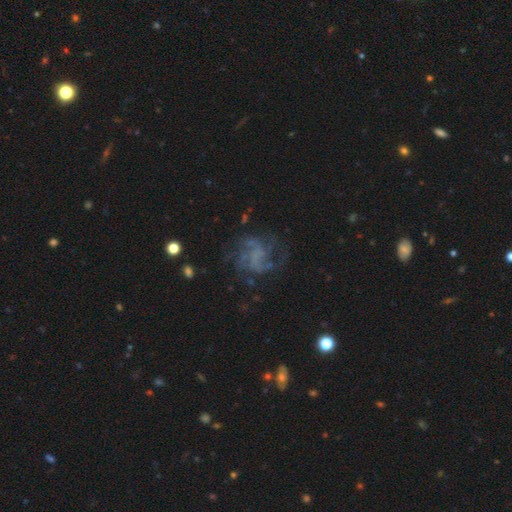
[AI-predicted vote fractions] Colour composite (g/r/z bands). It shows a featured or disk galaxy (72%) with no bar (64%), medium (42%) spiral arms (82%) and no central bulge (72%). Merging: none (60%).